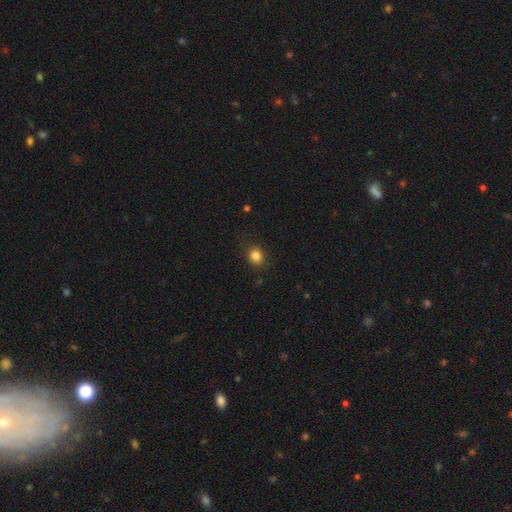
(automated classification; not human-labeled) This appears to be a smooth galaxy with no disk features (84%) that is round (65%). Merging: none (86%).